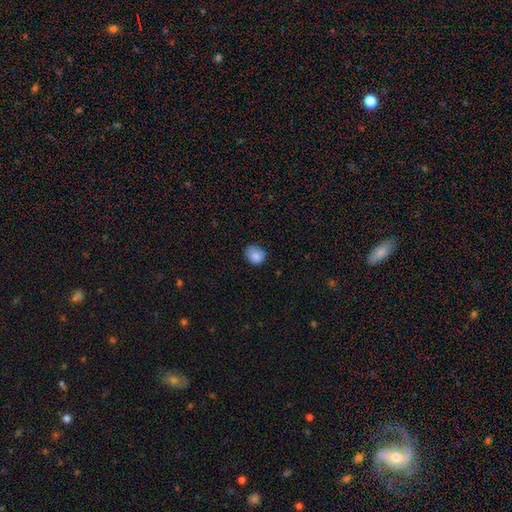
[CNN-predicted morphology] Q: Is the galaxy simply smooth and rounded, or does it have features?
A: smooth — 84%.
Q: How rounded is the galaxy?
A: round — 69%.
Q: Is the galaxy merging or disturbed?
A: none — 66%.